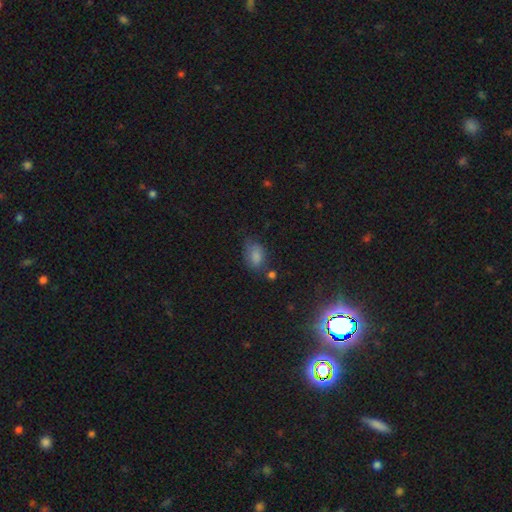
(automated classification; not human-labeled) Overall: smooth (80%). How rounded: in between (84%). Merging: none (49%; minor disturbance 33%).